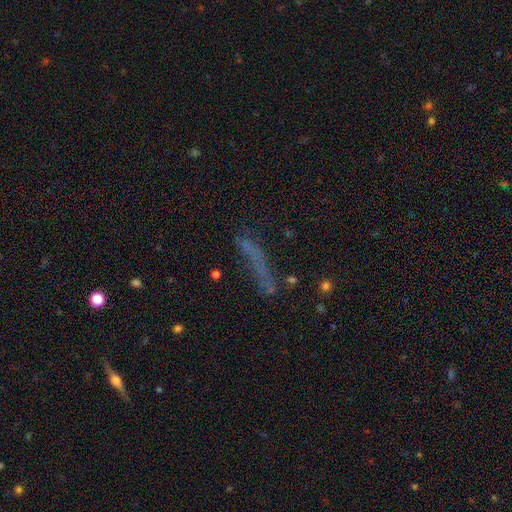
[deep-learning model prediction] Smooth or featured? Predicted: smooth (p=0.46). Merging? Predicted: none (p=0.53).